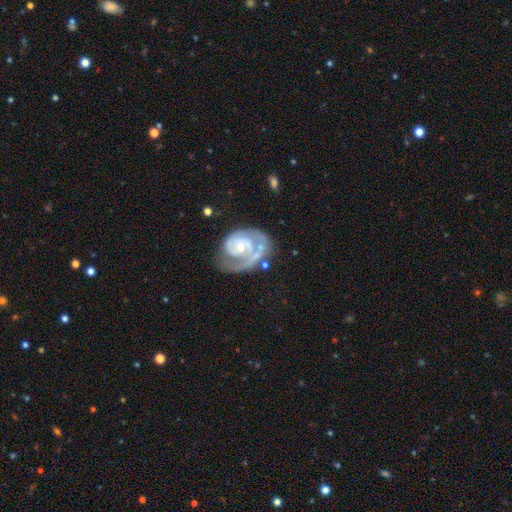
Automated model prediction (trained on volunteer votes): The model was most divided on "spiral arm count": 1: 50%, 2: 31%, can't tell: 11%, 3: 4%, 4: 2%, more than 4: 2%. Remaining: edge-on disk — no (98%); spiral arms — yes (91%); smooth or featured — featured or disk (84%); bar — no (65%); bulge size — small (62%); spiral winding — tight (54%); merging — none (47%).